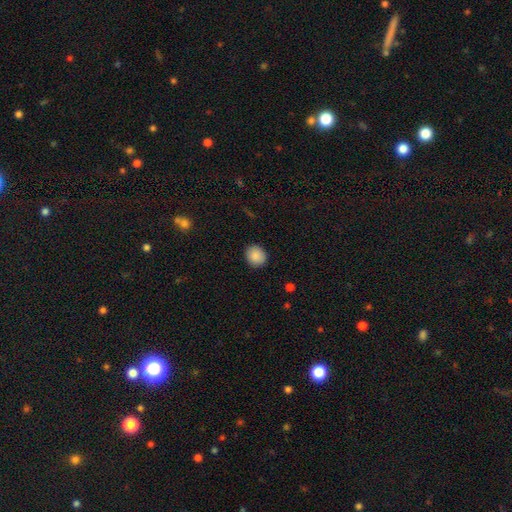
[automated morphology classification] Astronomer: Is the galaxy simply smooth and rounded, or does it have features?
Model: smooth — 89%.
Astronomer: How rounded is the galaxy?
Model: round — 77%.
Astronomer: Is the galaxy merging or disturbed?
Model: none — 90%.